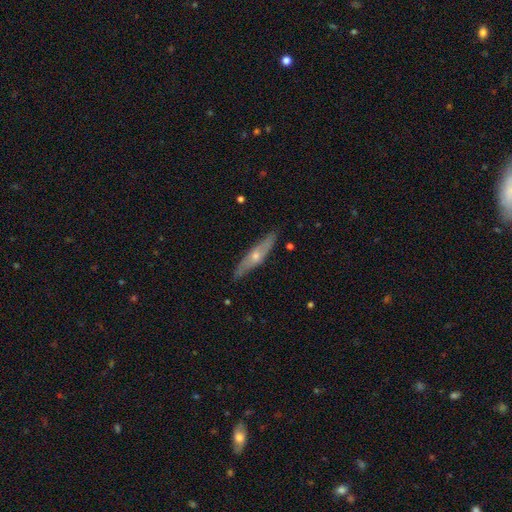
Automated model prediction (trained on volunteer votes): smooth_or_featured: featured or disk (p=0.62) [alt: smooth p=0.32]
disk_edge_on: yes (p=0.83) [alt: no p=0.17]
edge_on_bulge: rounded (p=0.86) [alt: none p=0.11]
merging: none (p=0.86) [alt: minor disturbance p=0.11]